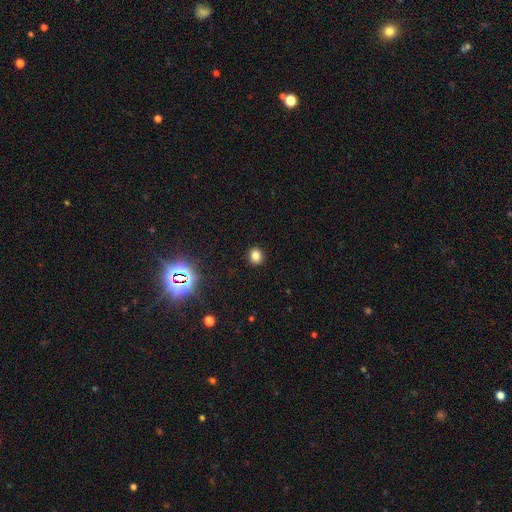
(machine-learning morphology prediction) Smooth or featured: smooth — 80% (star or artifact — 15%)
How rounded: round — 82% (in between — 17%)
Merging: none — 92% (minor disturbance — 5%)